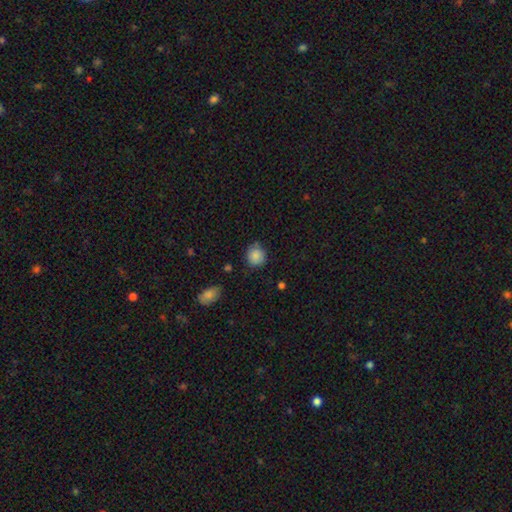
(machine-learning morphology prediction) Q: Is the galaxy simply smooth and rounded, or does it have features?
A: smooth — 84%.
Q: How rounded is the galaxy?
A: round — 84%.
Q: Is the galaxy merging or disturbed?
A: none — 73%.